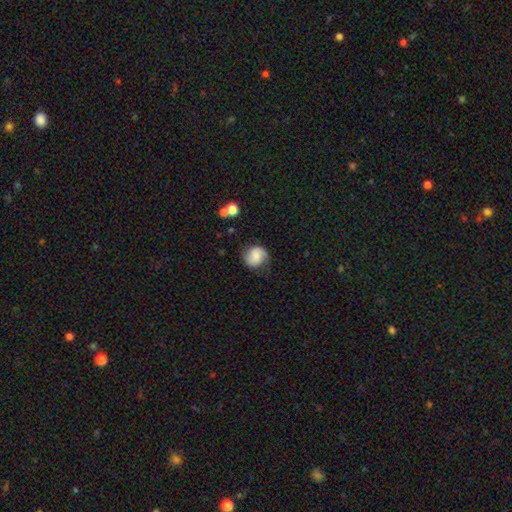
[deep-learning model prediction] A smooth galaxy with no disk features (54%) that is round (78%). Merging: none (72%).